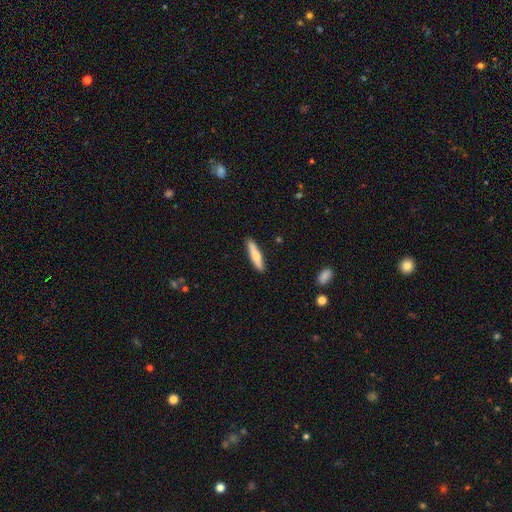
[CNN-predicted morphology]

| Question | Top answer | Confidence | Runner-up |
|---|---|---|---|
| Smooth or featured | smooth | 62% | featured or disk (33%) |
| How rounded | cigar-shaped | 84% | in between (14%) |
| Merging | none | 89% | minor disturbance (8%) |